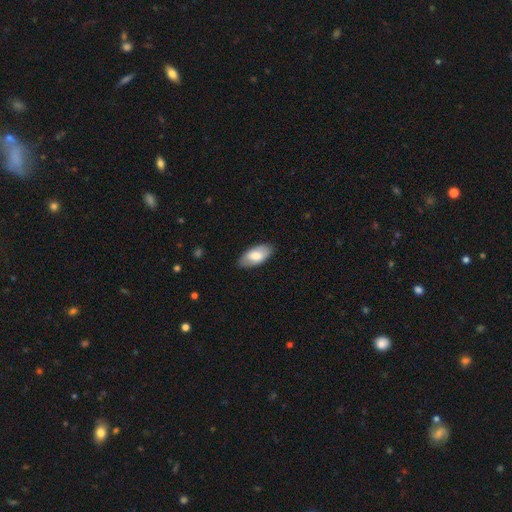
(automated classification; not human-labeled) A smooth galaxy with no disk features (73%) that is in between round and cigar-shaped (94%).

Vote fractions:
- Smooth or featured? smooth: 73% / featured or disk: 21% / star or artifact: 6%
- How rounded? in between: 94% / cigar-shaped: 4% / round: 2%
- Merging? none: 85% / minor disturbance: 12% / major disturbance: 2% / merger: 1%